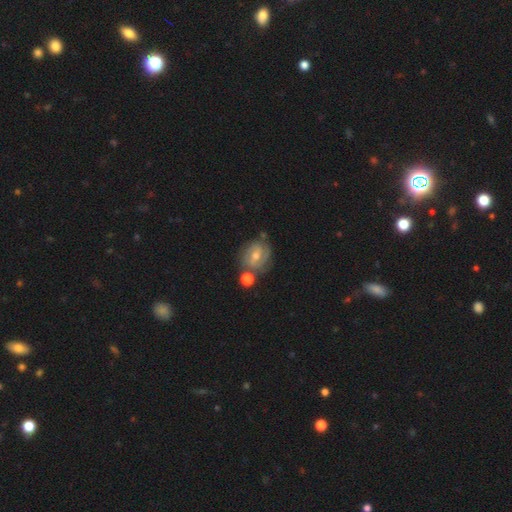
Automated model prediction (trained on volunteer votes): smooth-or-featured: featured or disk: 73% | smooth: 17% | star or artifact: 9%
  disk-edge-on: no: 97% | yes: 3%
    bar: weak: 45% (tied) | no: 45% (tied) | strong: 10%
    has-spiral-arms: yes: 92% | no: 8%
      spiral-winding: tight: 62% | medium: 31% | loose: 8%
      spiral-arm-count: 2: 47% | can't tell: 25% | 3: 16% | 1: 5% | 4: 4% | more than 4: 3%
    bulge-size: moderate: 52% | small: 44% | large: 2% | none: 2% | dominant: 1%
  merging: none: 66% | minor disturbance: 17% | merger: 11% | major disturbance: 6%